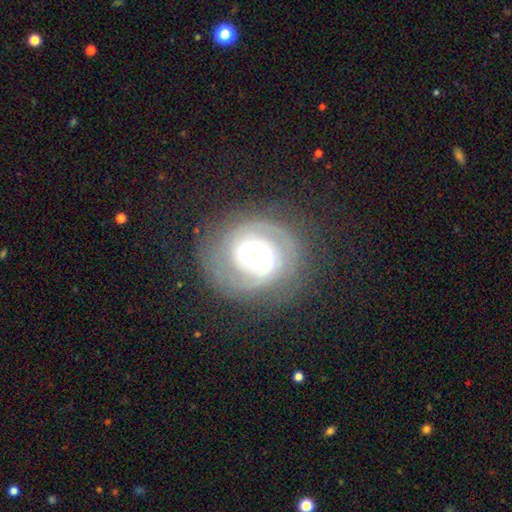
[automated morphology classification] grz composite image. It shows a featured or disk galaxy (84%) with no bar (56%), 2 (62%) tight (61%) spiral arms (96%) and a moderate central bulge (40%). Merging: none (77%).